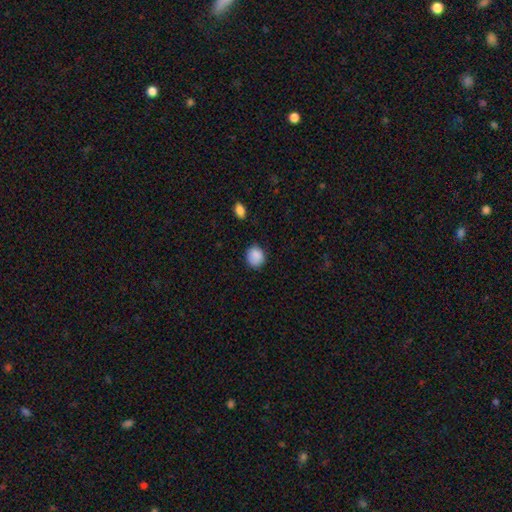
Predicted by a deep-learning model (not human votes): Smooth or featured? Predicted: smooth (p=0.88). How rounded? Predicted: round (p=0.75). Merging? Predicted: none (p=0.78).